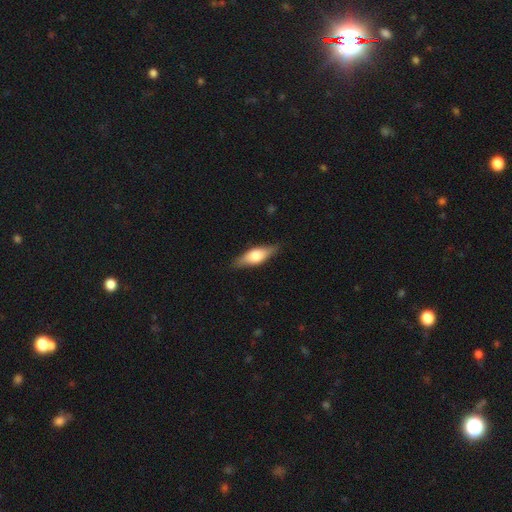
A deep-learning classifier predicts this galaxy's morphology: Smooth or featured?
  - smooth: 54% *
  - featured or disk: 40%
  - star or artifact: 6%
How rounded?
  - in between: 62% *
  - cigar-shaped: 35%
  - round: 3%
Merging?
  - none: 85% *
  - minor disturbance: 12%
  - major disturbance: 2%
  - merger: 1%